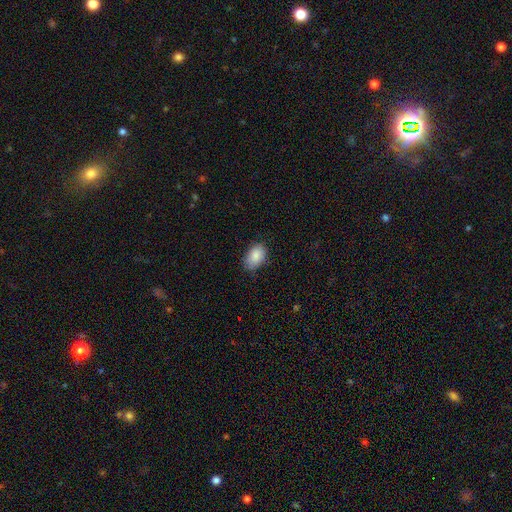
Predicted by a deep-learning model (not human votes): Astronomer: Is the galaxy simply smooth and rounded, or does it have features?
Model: smooth — 87%.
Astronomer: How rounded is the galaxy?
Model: in between — 89%.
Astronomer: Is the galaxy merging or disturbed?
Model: none — 75%.